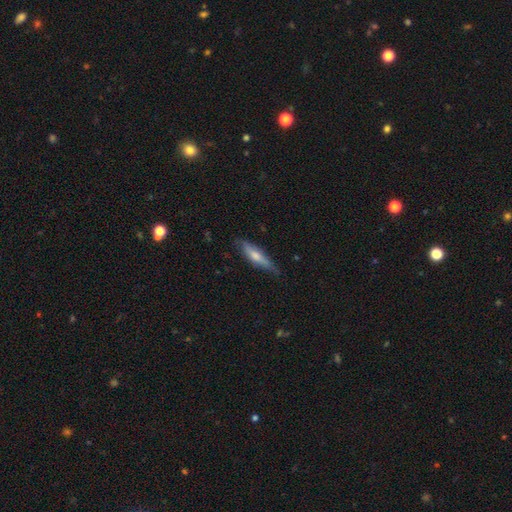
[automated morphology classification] Smooth or featured?
  - smooth: 54% *
  - featured or disk: 40%
  - star or artifact: 6%
How rounded?
  - cigar-shaped: 77% *
  - in between: 22%
  - round: 2%
Merging?
  - none: 71% *
  - minor disturbance: 23%
  - major disturbance: 4%
  - merger: 1%